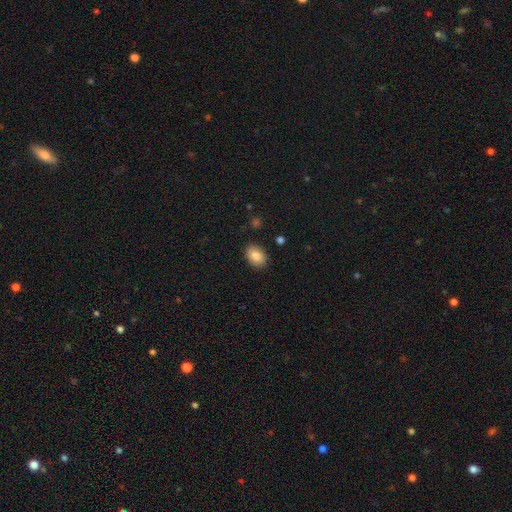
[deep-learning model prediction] This is clearly a smooth galaxy (85%). How rounded: likely in between (79%). Merging: clearly none (88%).